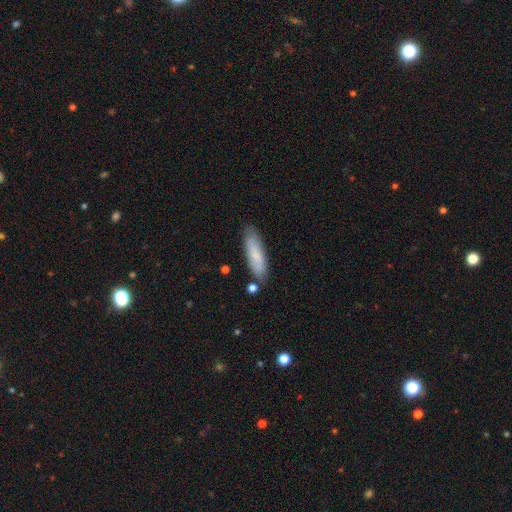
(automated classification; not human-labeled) Overall: smooth (76%). How rounded: cigar-shaped (63%; in between 36%). Merging: none (78%).